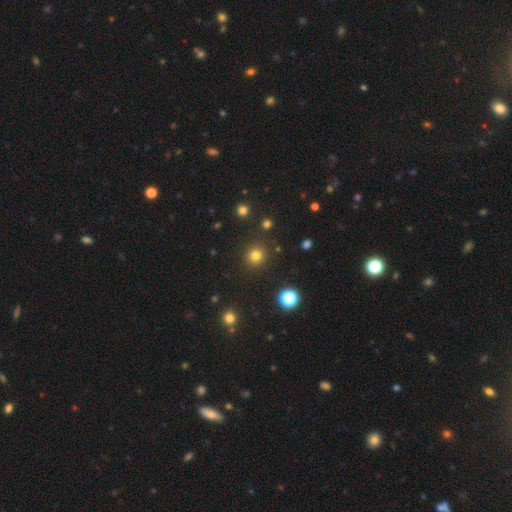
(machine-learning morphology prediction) Smooth or featured? smooth (79%)
How rounded? round (93%)
Merging? none (90%)